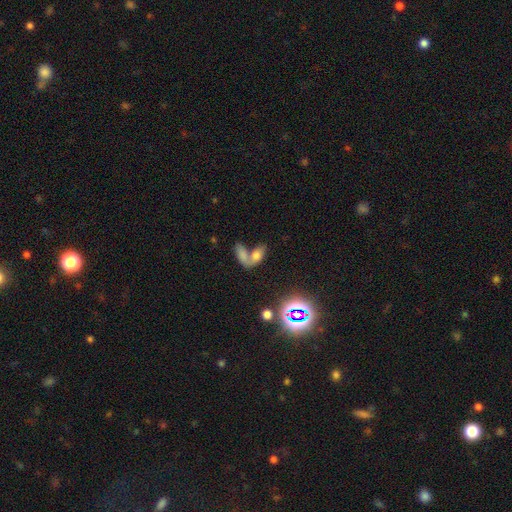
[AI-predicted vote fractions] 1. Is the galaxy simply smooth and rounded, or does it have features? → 62% smooth, 19% star or artifact, 19% featured or disk.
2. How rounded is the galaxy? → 83% in between, 10% round, 7% cigar-shaped.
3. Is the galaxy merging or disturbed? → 65% merger, 21% none, 7% minor disturbance, 7% major disturbance.